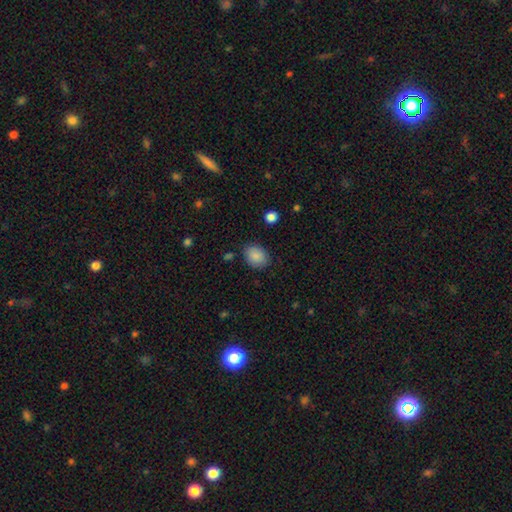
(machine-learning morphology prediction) Overall: smooth (87%). How rounded: in between (57%; round 42%). Merging: none (82%).